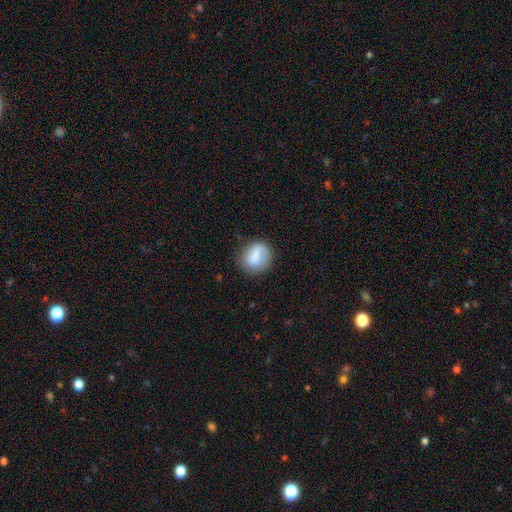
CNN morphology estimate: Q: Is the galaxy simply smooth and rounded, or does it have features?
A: smooth — 67%.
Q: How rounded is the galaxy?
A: round — 73%.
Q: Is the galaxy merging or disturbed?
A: none — 71%.